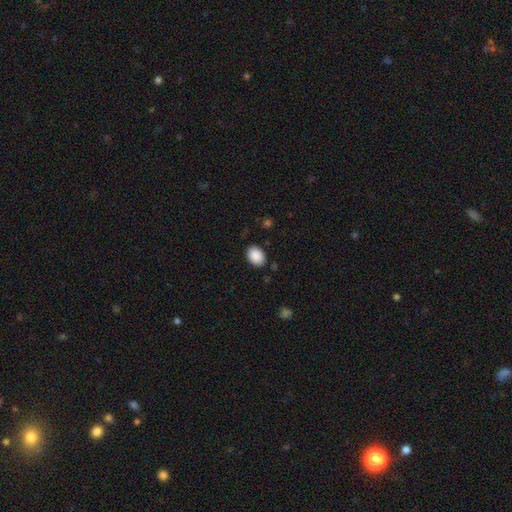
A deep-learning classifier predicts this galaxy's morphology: Smooth or featured? smooth (90%)
How rounded? in between (73%)
Merging? none (87%)